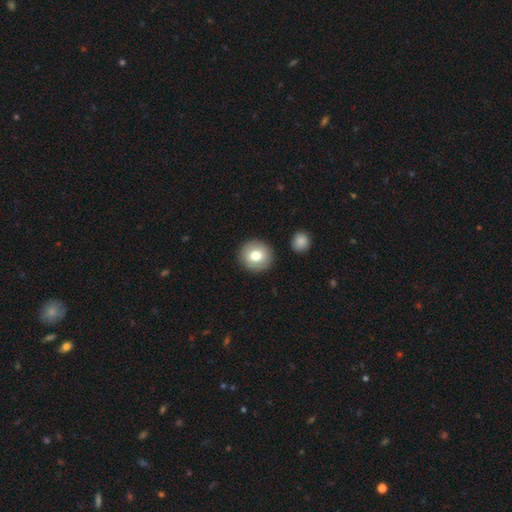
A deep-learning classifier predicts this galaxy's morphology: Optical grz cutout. It shows a smooth galaxy with no disk features (76%) that is round (93%). Merging: none (90%).